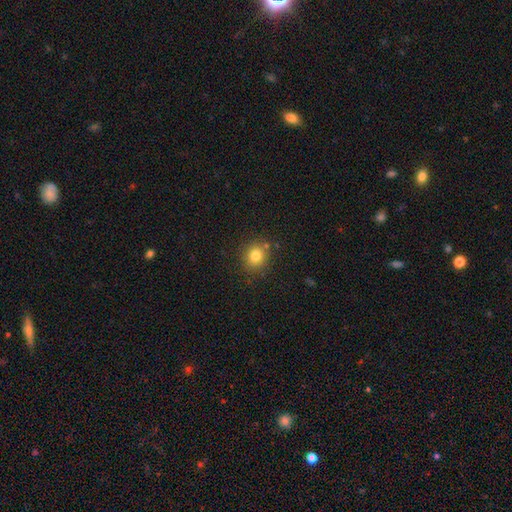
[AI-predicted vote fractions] Smooth or featured? Predicted: smooth (p=0.80). How rounded? Predicted: round (p=0.81). Merging? Predicted: none (p=0.82).